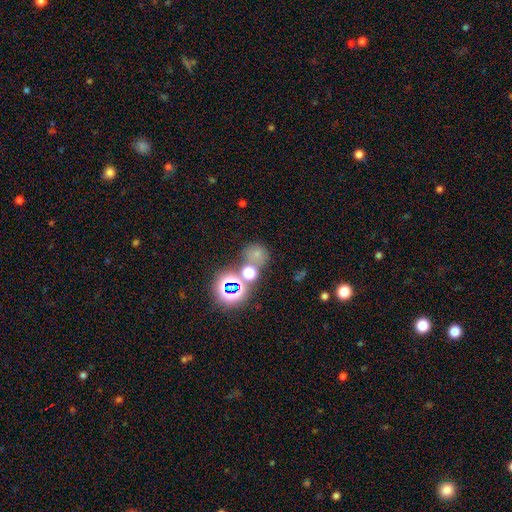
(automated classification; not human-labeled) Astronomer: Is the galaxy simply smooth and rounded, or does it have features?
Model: smooth — 58%.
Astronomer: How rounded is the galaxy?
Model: round — 80%.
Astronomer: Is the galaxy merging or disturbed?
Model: none — 56%.